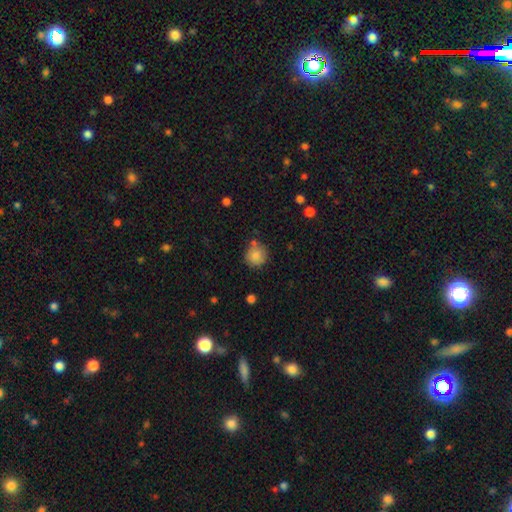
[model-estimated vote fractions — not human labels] Smooth or featured?
  - smooth: 84% *
  - star or artifact: 9%
  - featured or disk: 7%
How rounded?
  - round: 90% *
  - in between: 9%
  - cigar-shaped: 1%
Merging?
  - none: 73% *
  - minor disturbance: 15%
  - merger: 8%
  - major disturbance: 4%